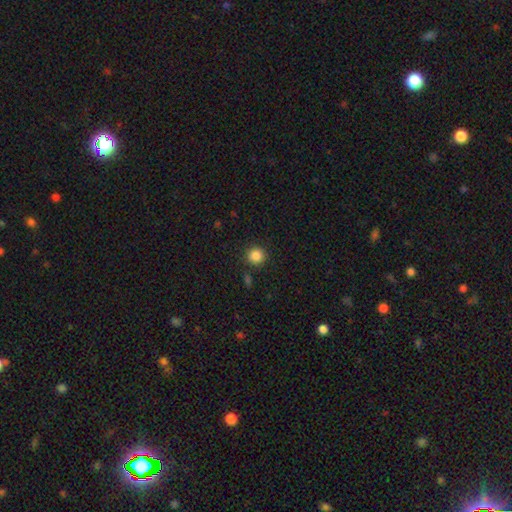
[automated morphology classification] The model was most divided on "smooth or featured": smooth: 86%, star or artifact: 10%, featured or disk: 4%. More confident: how rounded — round (93%); merging — none (89%).